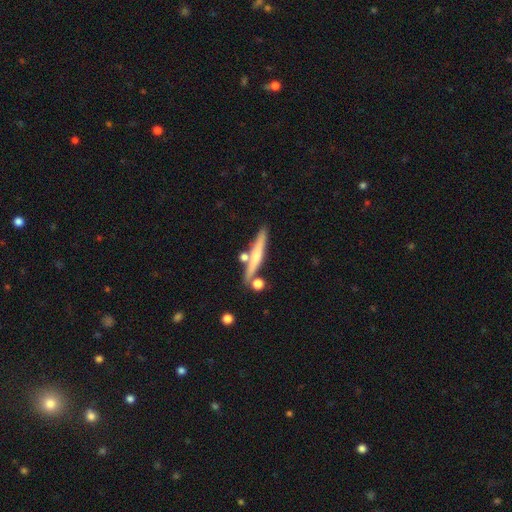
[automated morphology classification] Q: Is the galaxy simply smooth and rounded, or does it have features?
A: smooth — 51%.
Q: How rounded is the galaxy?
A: cigar-shaped — 90%.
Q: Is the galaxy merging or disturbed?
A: none — 74%.